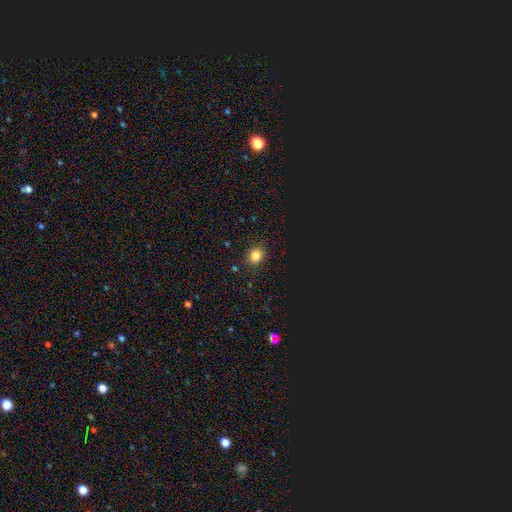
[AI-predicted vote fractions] Q: Smooth or featured?
A: smooth (79%); runner-up: star or artifact (17%)
Q: How rounded?
A: round (72%); runner-up: in between (27%)
Q: Merging?
A: none (85%); runner-up: minor disturbance (10%)